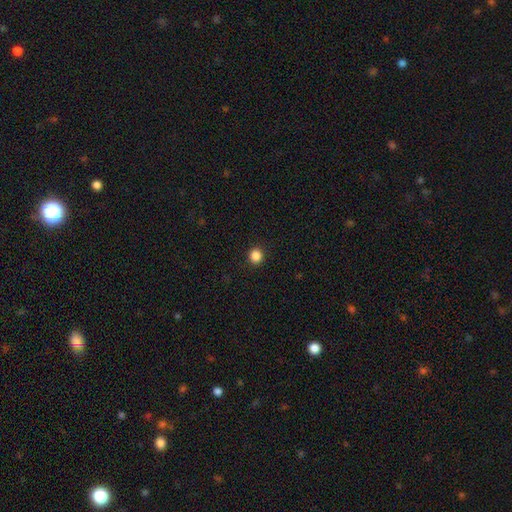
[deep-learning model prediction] smooth_or_featured: smooth (p=0.86) [alt: star or artifact p=0.11]
how_rounded: round (p=0.90) [alt: in between p=0.09]
merging: none (p=0.93) [alt: minor disturbance p=0.05]